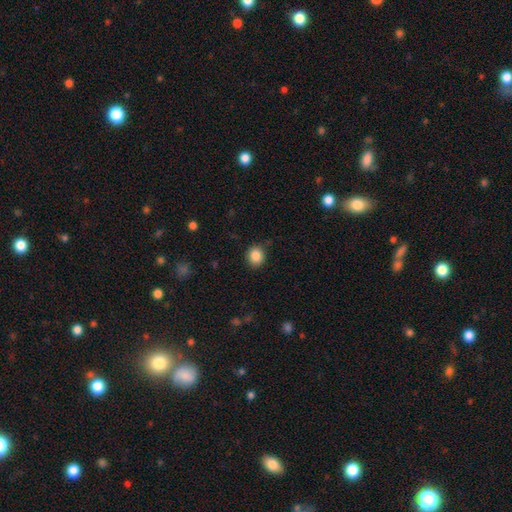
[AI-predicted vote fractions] smooth 86%, star or artifact 9%, featured or disk 4%. Down the decision tree: how rounded — round (75%); merging — none (86%).